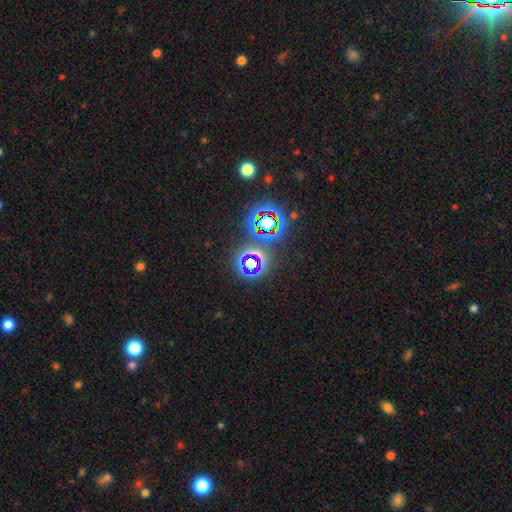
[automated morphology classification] Smooth or featured? star or artifact (73%)